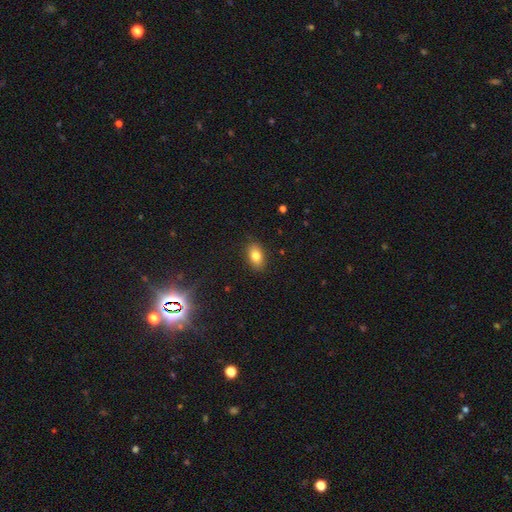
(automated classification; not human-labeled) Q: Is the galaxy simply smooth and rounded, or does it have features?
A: smooth — 80%.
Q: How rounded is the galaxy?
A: in between — 87%.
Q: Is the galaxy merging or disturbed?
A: none — 87%.